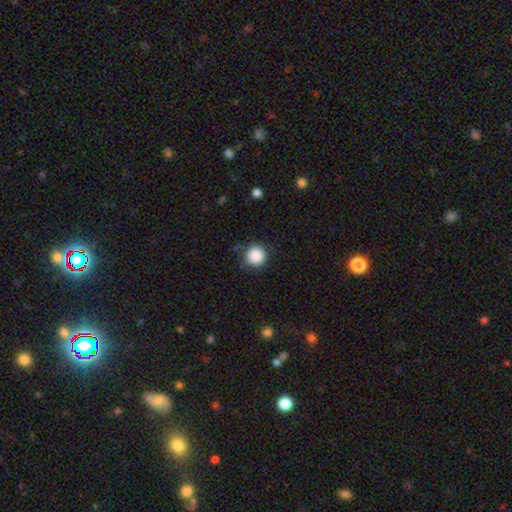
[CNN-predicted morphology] smooth-or-featured: smooth: 88% | star or artifact: 9% | featured or disk: 3%
  how-rounded: round: 95% | in between: 4% | cigar-shaped: 1%
  merging: none: 85% | minor disturbance: 10% | major disturbance: 3% | merger: 2%